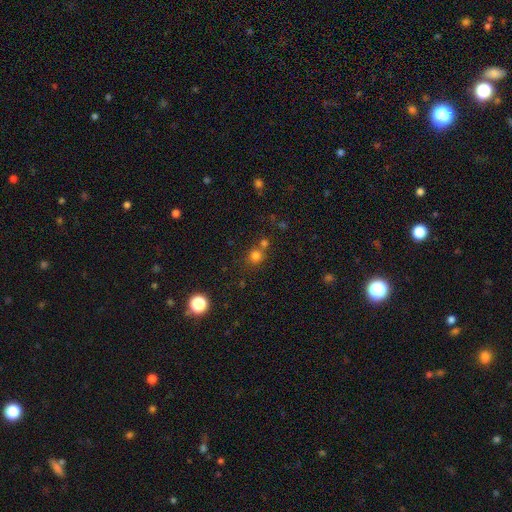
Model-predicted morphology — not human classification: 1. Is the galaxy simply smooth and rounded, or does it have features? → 75% smooth, 18% star or artifact, 7% featured or disk.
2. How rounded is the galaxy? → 87% round, 12% in between, 1% cigar-shaped.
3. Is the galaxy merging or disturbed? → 61% none, 27% merger, 8% minor disturbance, 3% major disturbance.